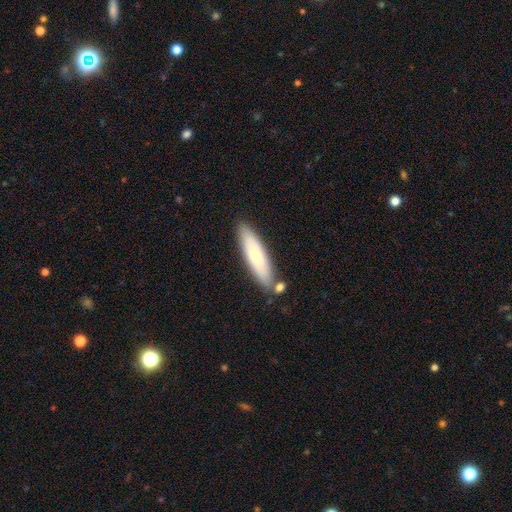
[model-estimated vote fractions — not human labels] smooth_or_featured: smooth (p=0.64) [alt: featured or disk p=0.30]
how_rounded: cigar-shaped (p=0.70) [alt: in between p=0.29]
merging: none (p=0.79) [alt: minor disturbance p=0.12]